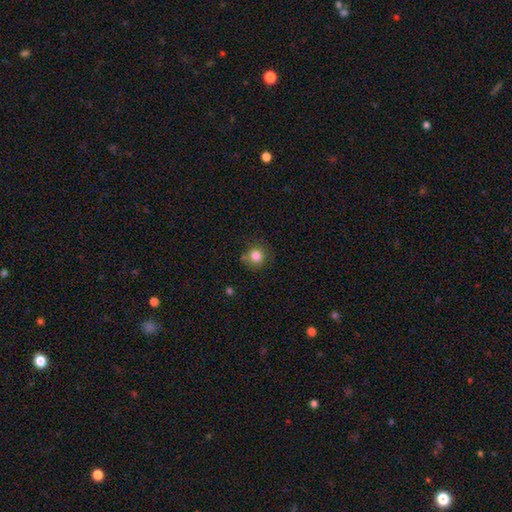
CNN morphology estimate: type=smooth (83%); roundness=round (89%); merging=none (78%).